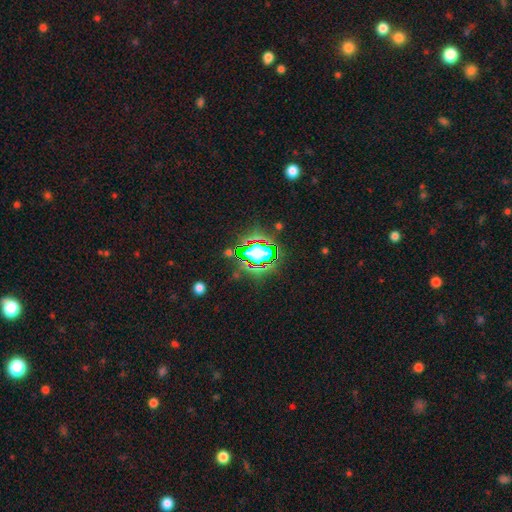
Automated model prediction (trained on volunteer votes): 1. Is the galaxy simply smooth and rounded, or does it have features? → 78% star or artifact, 13% smooth, 8% featured or disk.